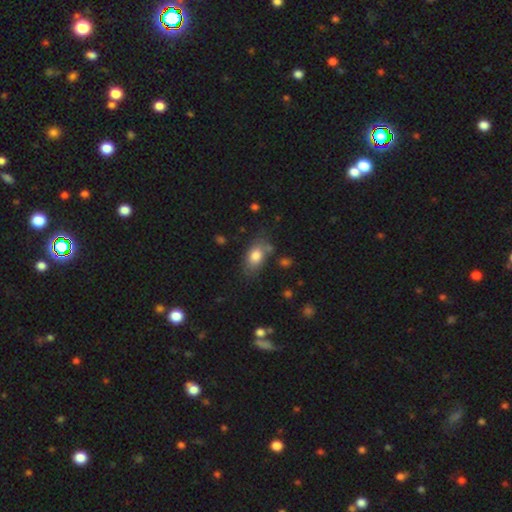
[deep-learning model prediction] Smooth or featured?
  - smooth: 80% *
  - featured or disk: 13%
  - star or artifact: 8%
How rounded?
  - in between: 86% *
  - round: 11%
  - cigar-shaped: 3%
Merging?
  - none: 67% *
  - minor disturbance: 21%
  - merger: 6%
  - major disturbance: 6%